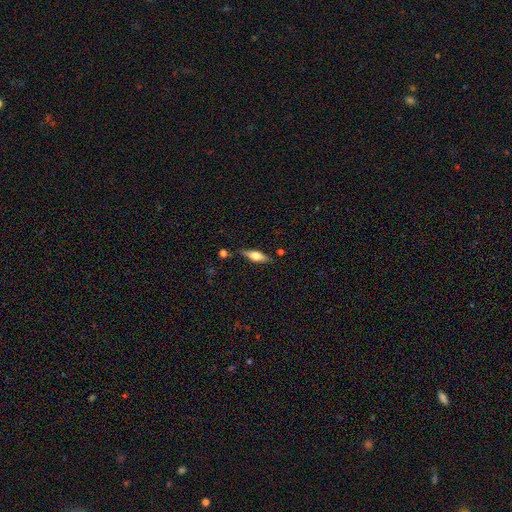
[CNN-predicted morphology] Smooth or featured? Predicted: smooth (p=0.49). Merging? Predicted: none (p=0.79).